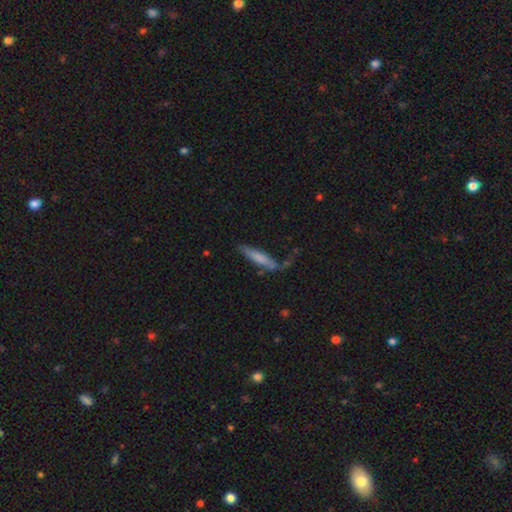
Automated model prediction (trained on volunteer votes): Q: Smooth or featured?
A: smooth (56%); runner-up: featured or disk (36%)
Q: How rounded?
A: cigar-shaped (87%); runner-up: in between (11%)
Q: Merging?
A: none (56%); runner-up: minor disturbance (25%)